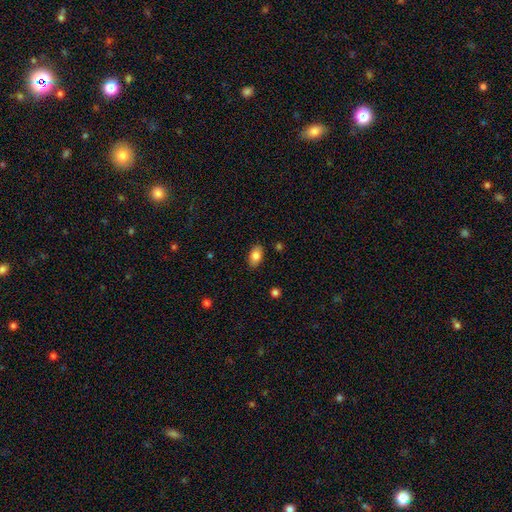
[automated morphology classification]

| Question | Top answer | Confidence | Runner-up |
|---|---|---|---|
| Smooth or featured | smooth | 83% | featured or disk (9%) |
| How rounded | in between | 90% | round (7%) |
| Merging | none | 86% | minor disturbance (10%) |